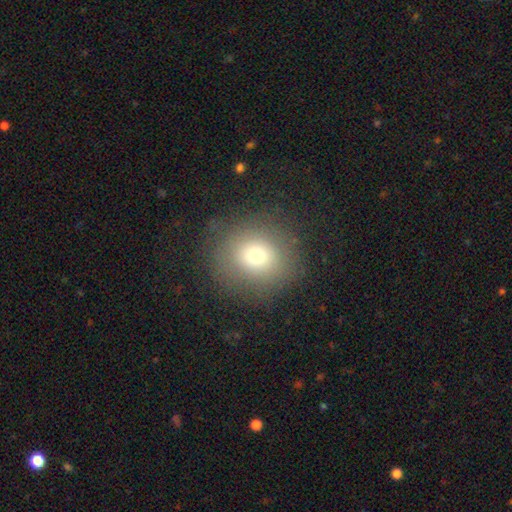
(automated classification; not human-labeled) A smooth galaxy with no disk features (71%) that is round (87%).

Vote fractions:
- Smooth or featured? smooth: 71% / star or artifact: 15% / featured or disk: 13%
- How rounded? round: 87% / in between: 12% / cigar-shaped: 1%
- Merging? none: 84% / minor disturbance: 9% / major disturbance: 5% / merger: 1%